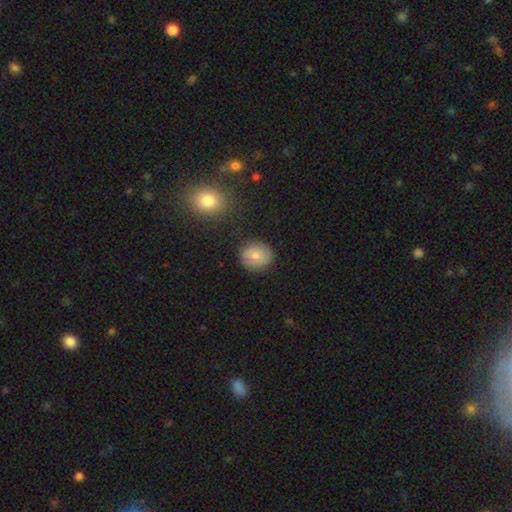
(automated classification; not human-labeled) A smooth galaxy with no disk features (78%) that is round (82%). Merging: none (85%).